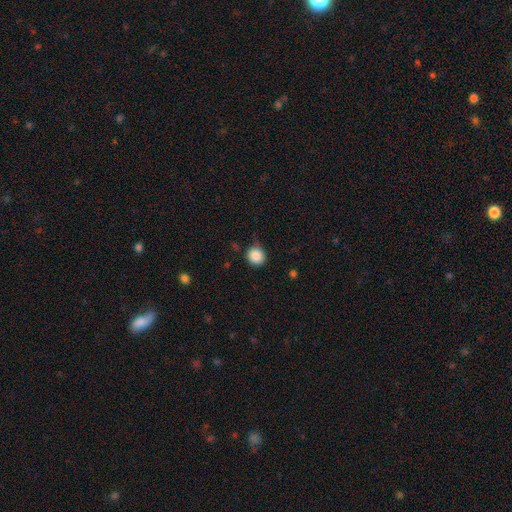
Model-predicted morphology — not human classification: A smooth galaxy with no disk features (87%) that is round (89%).

Vote fractions:
- Smooth or featured? smooth: 87% / star or artifact: 9% / featured or disk: 4%
- How rounded? round: 89% / in between: 10% / cigar-shaped: 1%
- Merging? none: 74% / minor disturbance: 20% / major disturbance: 4% / merger: 2%